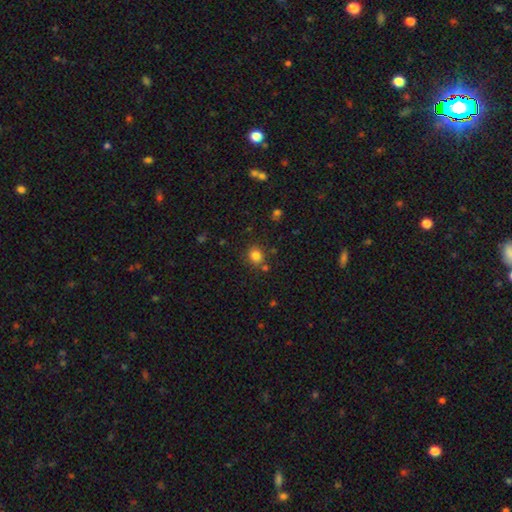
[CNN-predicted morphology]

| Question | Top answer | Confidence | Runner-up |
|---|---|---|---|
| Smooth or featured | smooth | 81% | star or artifact (13%) |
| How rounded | round | 80% | in between (19%) |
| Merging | none | 78% | minor disturbance (11%) |